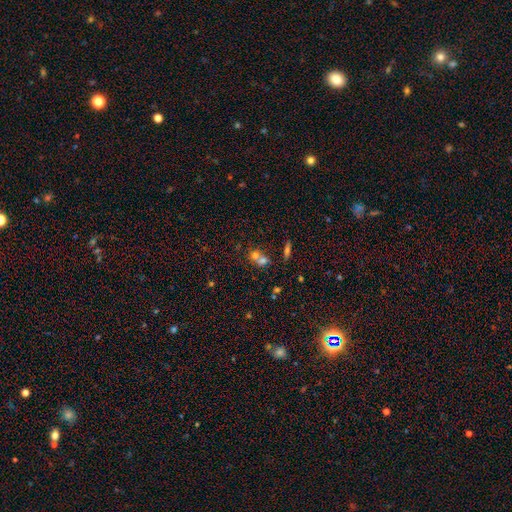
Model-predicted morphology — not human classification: A smooth galaxy with no disk features (64%) that is round (66%).

Vote fractions:
- Smooth or featured? smooth: 64% / featured or disk: 21% / star or artifact: 15%
- How rounded? round: 66% / in between: 32% / cigar-shaped: 3%
- Merging? merger: 63% / none: 27% / minor disturbance: 6% / major disturbance: 3%